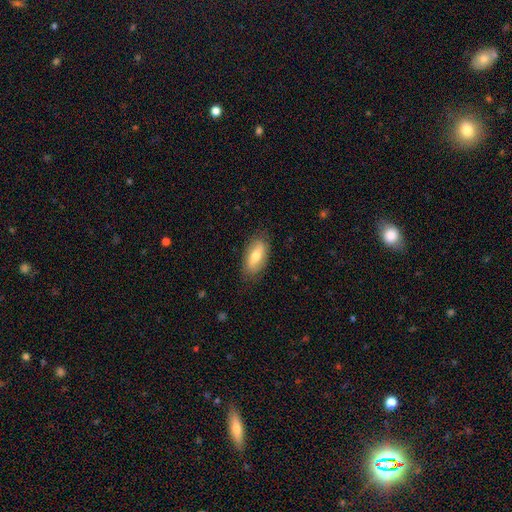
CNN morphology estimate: Smooth or featured?
  - smooth: 59% *
  - featured or disk: 35%
  - star or artifact: 6%
How rounded?
  - in between: 86% *
  - cigar-shaped: 11%
  - round: 4%
Merging?
  - none: 82% *
  - minor disturbance: 14%
  - major disturbance: 3%
  - merger: 1%